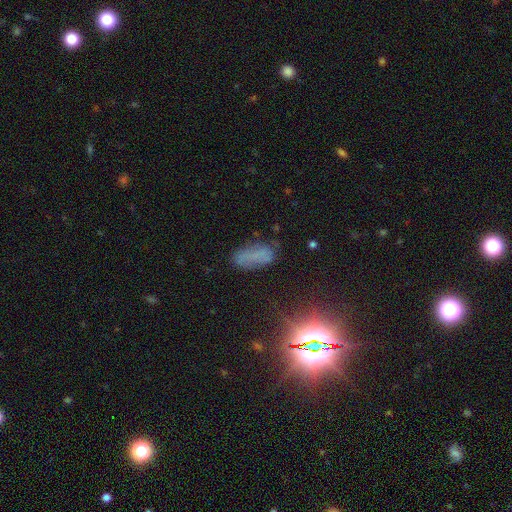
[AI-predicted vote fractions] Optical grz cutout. It shows a smooth galaxy with no disk features (54%) that is in between round and cigar-shaped (79%). Merging: none (65%).